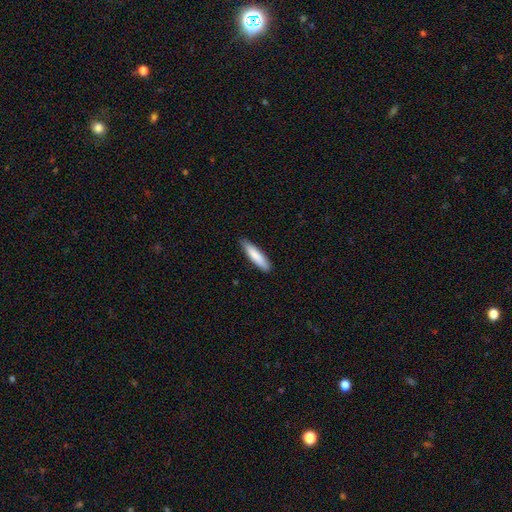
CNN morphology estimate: smooth-or-featured: smooth: 84% | featured or disk: 10% | star or artifact: 5%
  how-rounded: cigar-shaped: 78% | in between: 20% | round: 1%
  merging: none: 87% | minor disturbance: 10% | major disturbance: 2% | merger: 1%